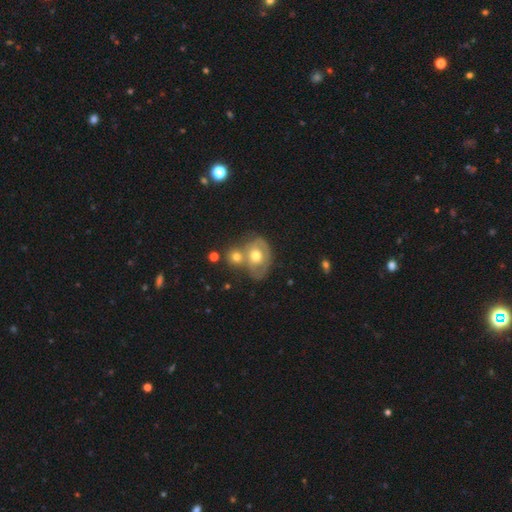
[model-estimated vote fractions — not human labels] The model was most divided on "smooth or featured": smooth: 51%, featured or disk: 40%, star or artifact: 8%. Remaining: how rounded — in between (58%); merging — merger (46%).